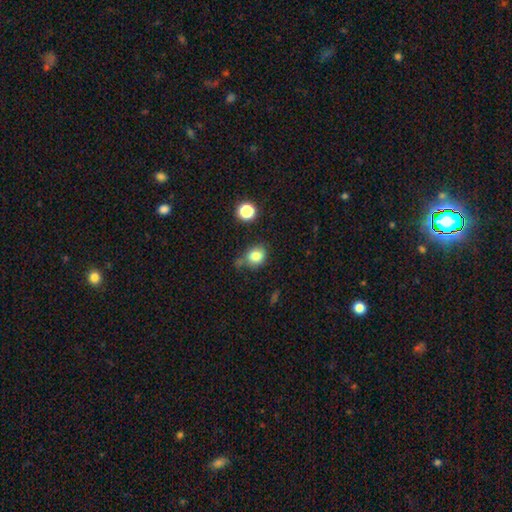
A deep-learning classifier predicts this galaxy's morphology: Overall: smooth (81%). How rounded: round (70%). Merging: none (59%; minor disturbance 24%).